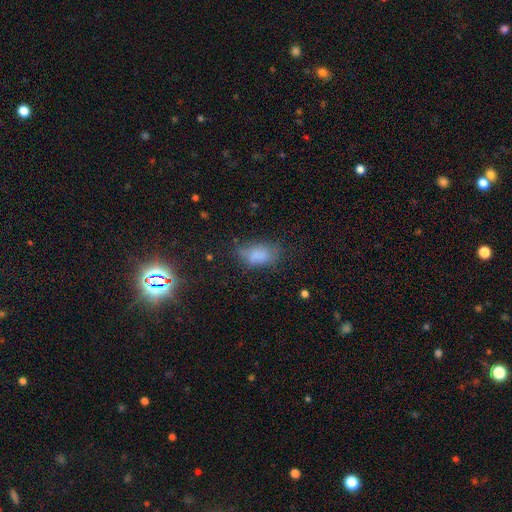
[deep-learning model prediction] Smooth or featured: smooth — 69% (star or artifact — 19%)
How rounded: in between — 86% (round — 11%)
Merging: none — 55% (minor disturbance — 29%)